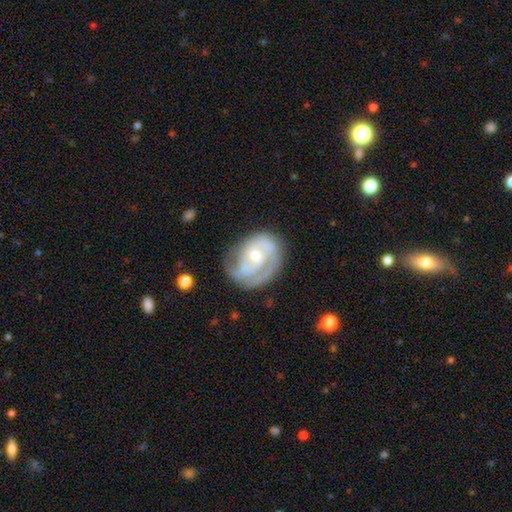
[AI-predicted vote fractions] Smooth or featured: featured or disk — 83% (smooth — 12%)
Edge-on disk: no — 98% (yes — 2%)
Bar: no — 60% (weak — 32%)
Spiral arms: yes — 93% (no — 7%)
Spiral winding: tight — 55% (medium — 35%)
Spiral arm count: 2 — 41% (can't tell — 21%)
Bulge size: small — 52% (moderate — 43%)
Merging: none — 60% (minor disturbance — 24%)